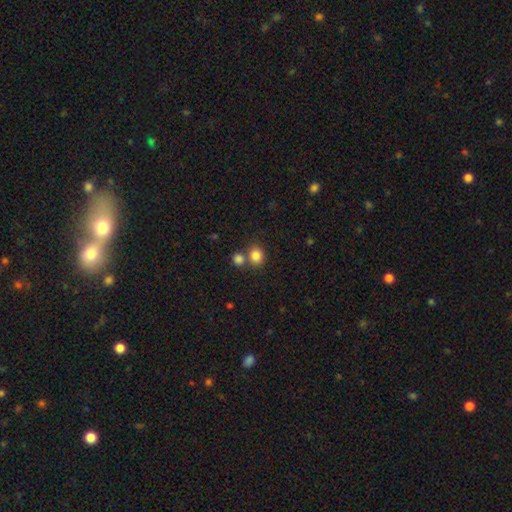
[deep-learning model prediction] Smooth or featured: smooth — 83% (star or artifact — 11%)
How rounded: round — 76% (in between — 23%)
Merging: none — 62% (merger — 27%)